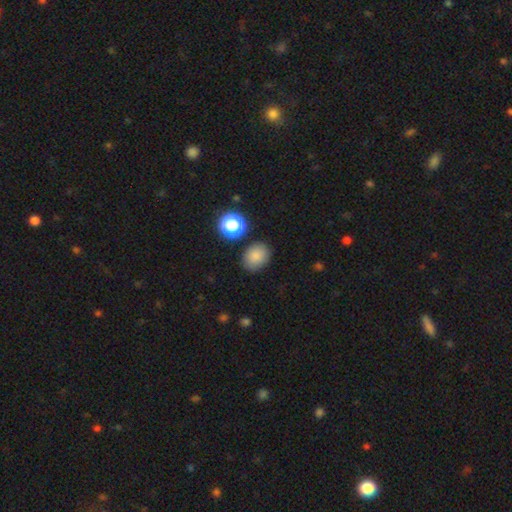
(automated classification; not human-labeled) smooth 84%, star or artifact 11%, featured or disk 5%. Down the decision tree: how rounded — in between (60%); merging — none (82%).